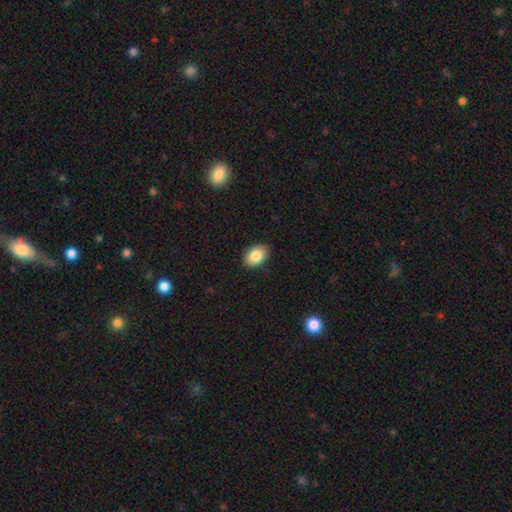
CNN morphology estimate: Overall: smooth (85%). How rounded: in between (84%). Merging: none (89%).